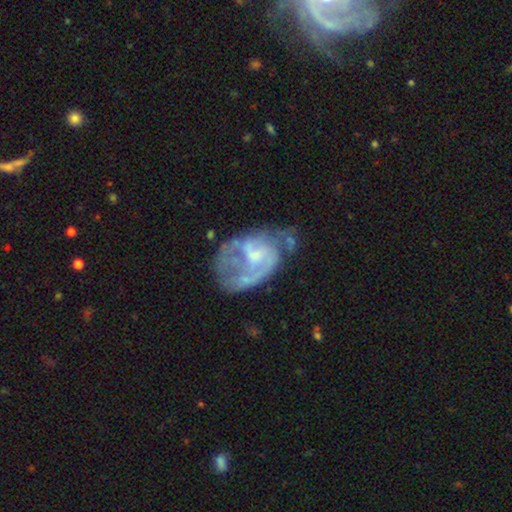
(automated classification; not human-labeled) smooth-or-featured: featured or disk: 74% | smooth: 19% | star or artifact: 7%
  disk-edge-on: no: 97% | yes: 3%
    bar: no: 54% | weak: 38% | strong: 8%
    has-spiral-arms: yes: 64% | no: 36%
    bulge-size: moderate: 35% | small: 32% | none: 27% | large: 5% | dominant: 1%
  merging: none: 36% | major disturbance: 32% | minor disturbance: 24% | merger: 8%